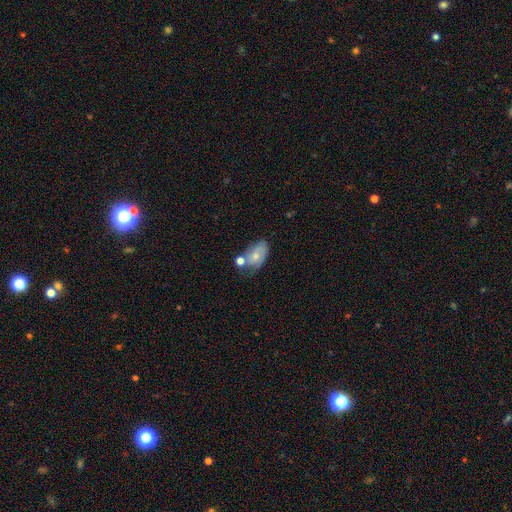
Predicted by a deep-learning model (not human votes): Smooth or featured? smooth (56%)
How rounded? in between (87%)
Merging? none (42%)